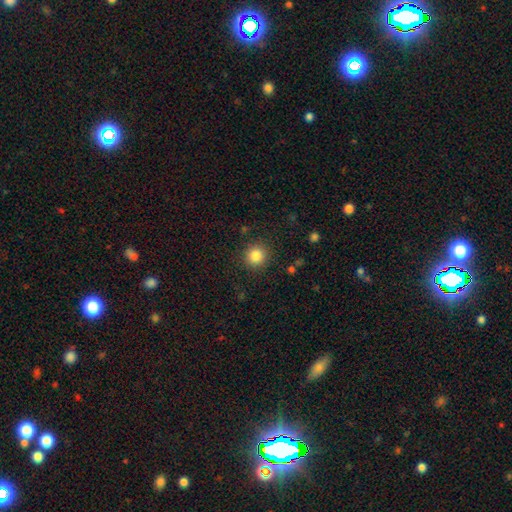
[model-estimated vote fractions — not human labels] A smooth galaxy with no disk features (84%) that is round (93%).

Vote fractions:
- Smooth or featured? smooth: 84% / star or artifact: 11% / featured or disk: 5%
- How rounded? round: 93% / in between: 6% / cigar-shaped: 1%
- Merging? none: 89% / minor disturbance: 7% / major disturbance: 3% / merger: 1%